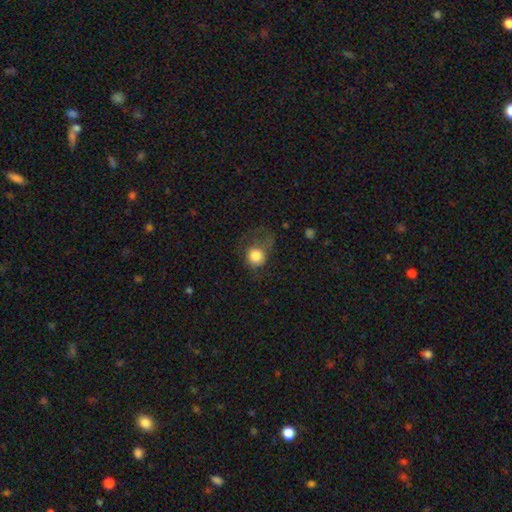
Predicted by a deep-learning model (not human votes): Overall: smooth (77%). How rounded: round (80%). Merging: none (38%; major disturbance 36%).